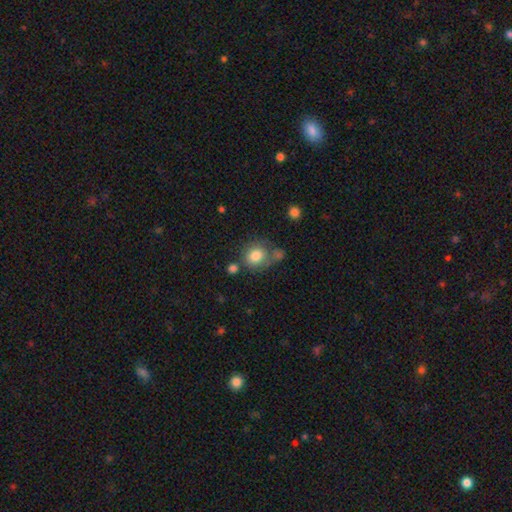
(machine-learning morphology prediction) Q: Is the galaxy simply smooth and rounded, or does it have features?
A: smooth — 81%.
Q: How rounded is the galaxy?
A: round — 74%.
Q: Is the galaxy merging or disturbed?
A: none — 55%.